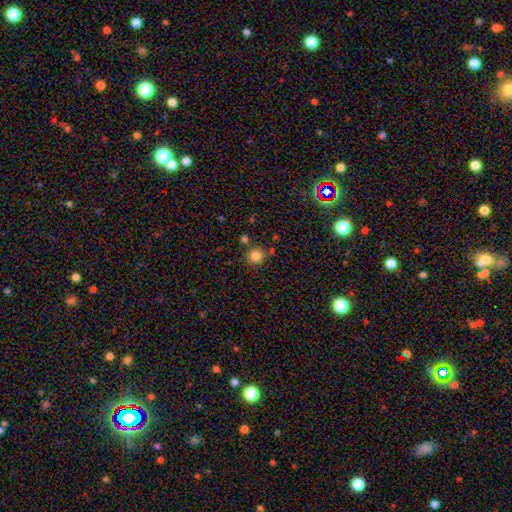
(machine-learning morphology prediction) Smooth or featured? smooth (83%)
How rounded? round (92%)
Merging? none (80%)